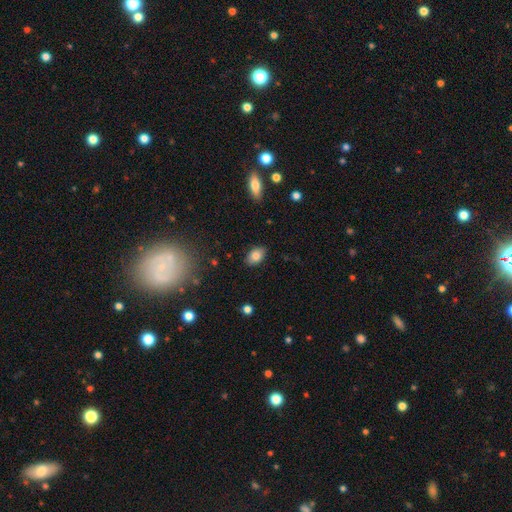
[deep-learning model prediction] Overall: smooth (82%). How rounded: in between (88%). Merging: none (86%).